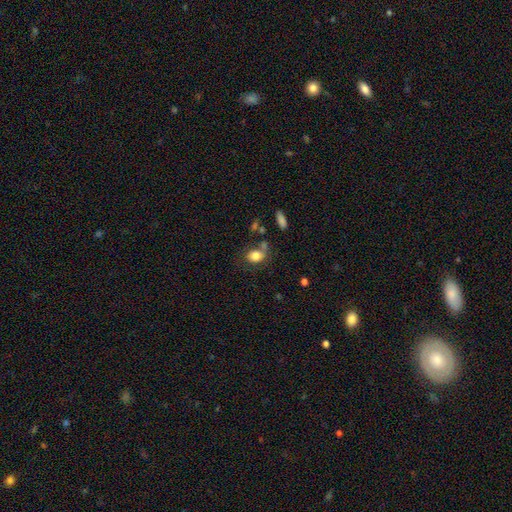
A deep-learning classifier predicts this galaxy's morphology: A smooth galaxy with no disk features (81%) that is in between round and cigar-shaped (63%). Merging: none (56%).